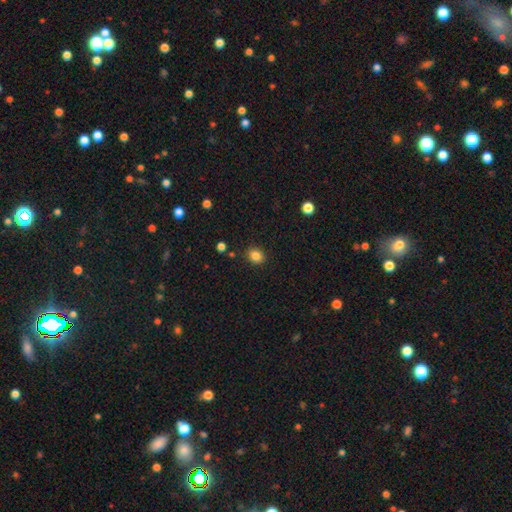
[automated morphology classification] Overall: smooth (85%). How rounded: round (61%; in between 38%). Merging: none (88%).